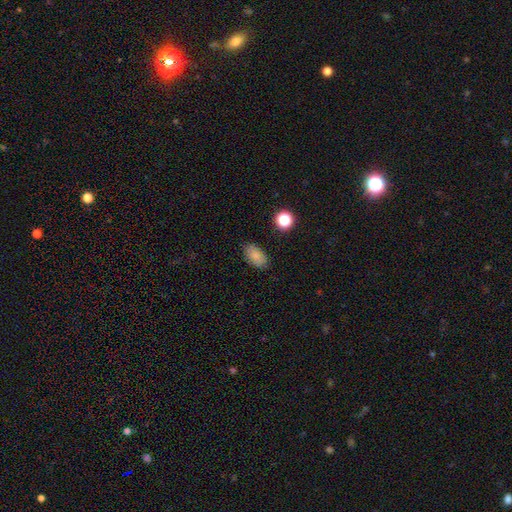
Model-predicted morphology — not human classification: smooth_or_featured: smooth (p=0.83) [alt: star or artifact p=0.10]
how_rounded: in between (p=0.90) [alt: round p=0.08]
merging: none (p=0.82) [alt: minor disturbance p=0.13]